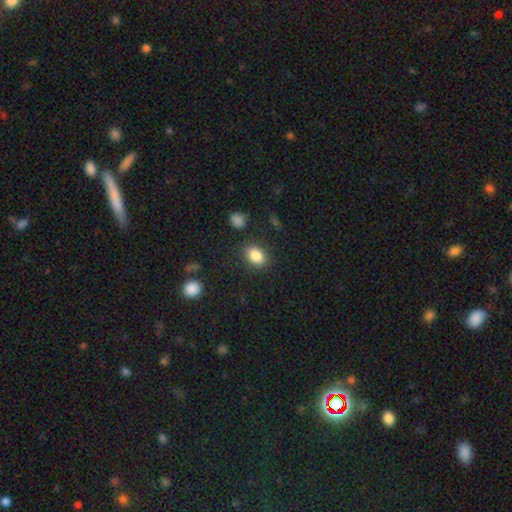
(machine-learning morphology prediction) Smooth or featured: smooth — 85% (star or artifact — 9%)
How rounded: in between — 72% (round — 27%)
Merging: none — 82% (minor disturbance — 12%)